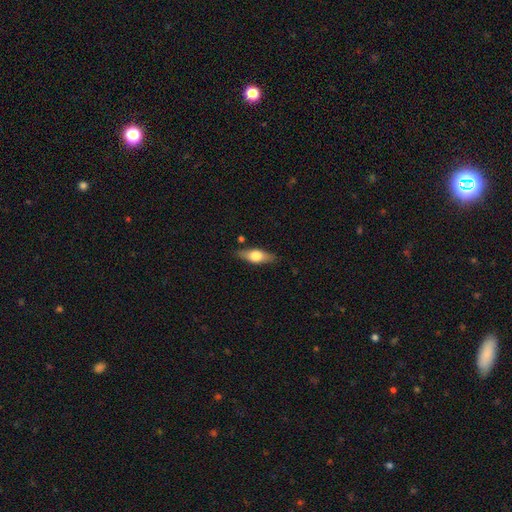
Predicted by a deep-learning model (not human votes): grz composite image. It shows a smooth galaxy with no disk features (60%) that is in between round and cigar-shaped (67%). Merging: none (83%).